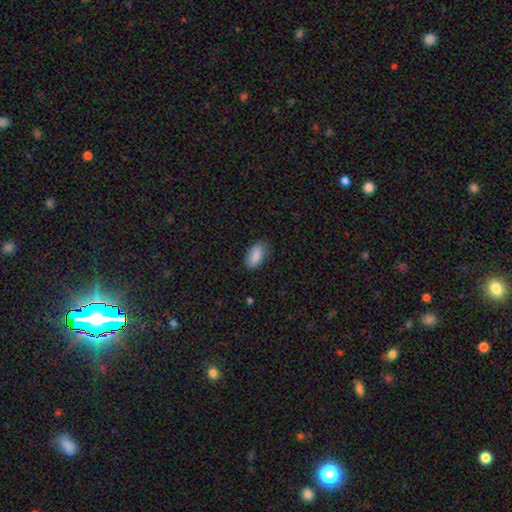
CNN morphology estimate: Smooth or featured? smooth (88%)
How rounded? in between (92%)
Merging? none (77%)